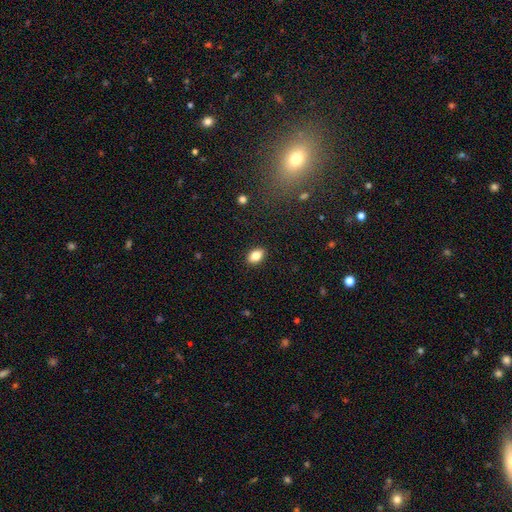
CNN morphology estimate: Overall: smooth (83%). How rounded: in between (84%). Merging: none (89%).